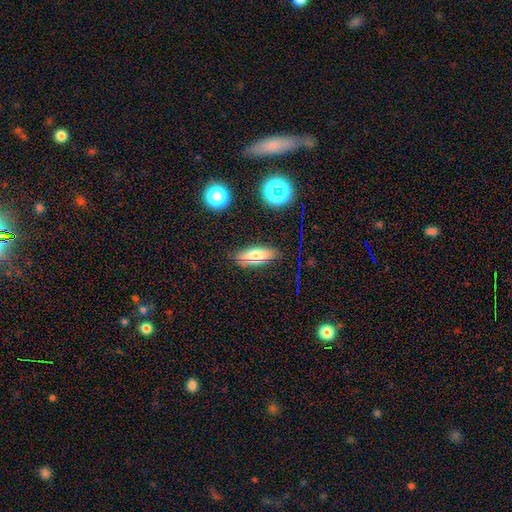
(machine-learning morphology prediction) smooth-or-featured: smooth: 63% | featured or disk: 24% | star or artifact: 13%
  how-rounded: in between: 63% | cigar-shaped: 32% | round: 4%
  merging: none: 84% | minor disturbance: 12% | major disturbance: 3% | merger: 2%